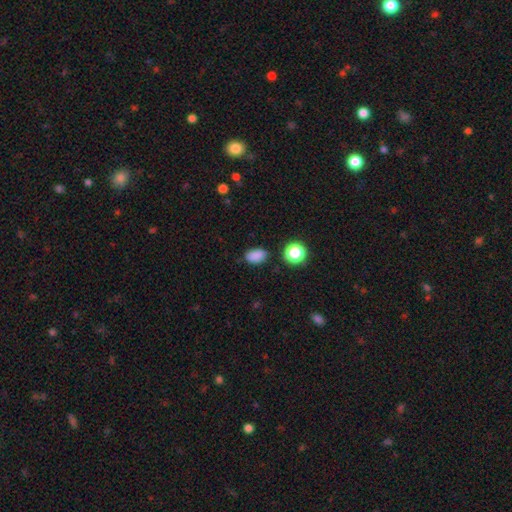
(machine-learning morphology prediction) This appears to be a smooth galaxy with no disk features (84%) that is in between round and cigar-shaped (83%). Merging: none (80%).